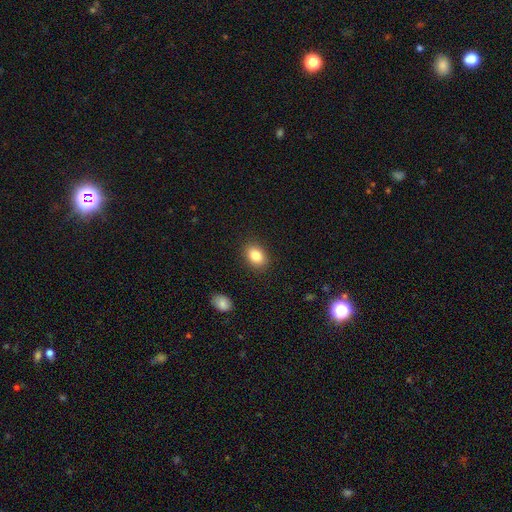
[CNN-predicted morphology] smooth 85%, star or artifact 9%, featured or disk 7%. Down the decision tree: how rounded — in between (76%); merging — none (88%).